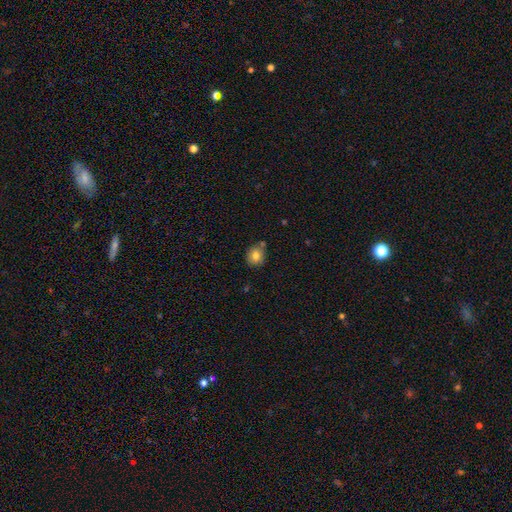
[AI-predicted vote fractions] smooth_or_featured: smooth (p=0.80) [alt: featured or disk p=0.10]
how_rounded: round (p=0.77) [alt: in between p=0.22]
merging: none (p=0.74) [alt: minor disturbance p=0.14]